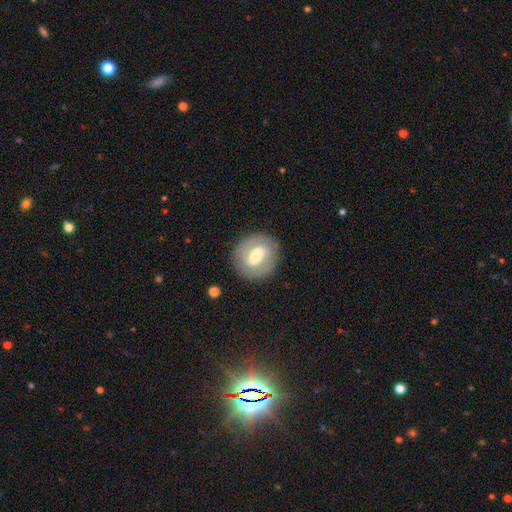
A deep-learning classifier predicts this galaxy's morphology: featured or disk 60%, smooth 34%, star or artifact 6%. Down the decision tree: edge-on disk — no (95%); bar — weak (44%); spiral arms — yes (59%); bulge size — moderate (63%); merging — none (85%).